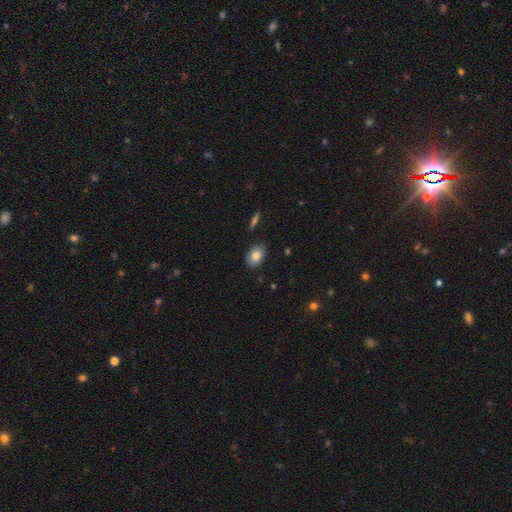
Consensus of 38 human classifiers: A smooth galaxy with no disk features (79%) that is in between round and cigar-shaped (67%). Merging: none (86%).